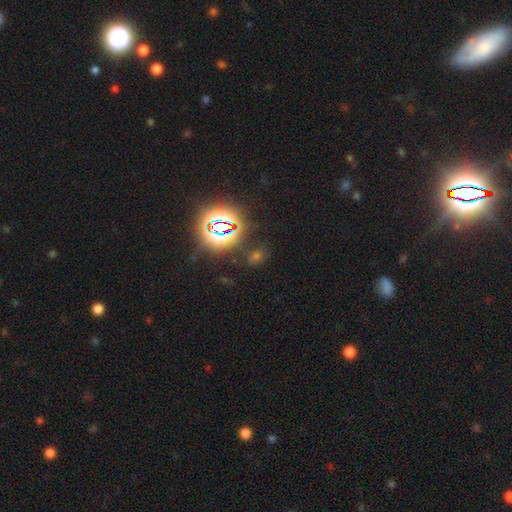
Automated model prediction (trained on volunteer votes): The model was most divided on "smooth or featured": star or artifact: 58%, smooth: 34%, featured or disk: 8%.